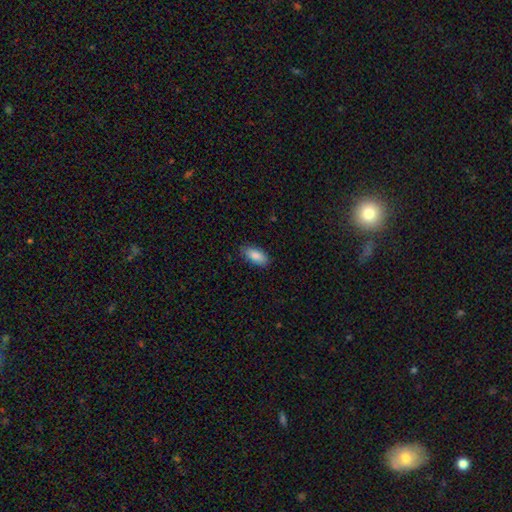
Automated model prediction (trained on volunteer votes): Smooth or featured? smooth (86%)
How rounded? in between (87%)
Merging? none (86%)